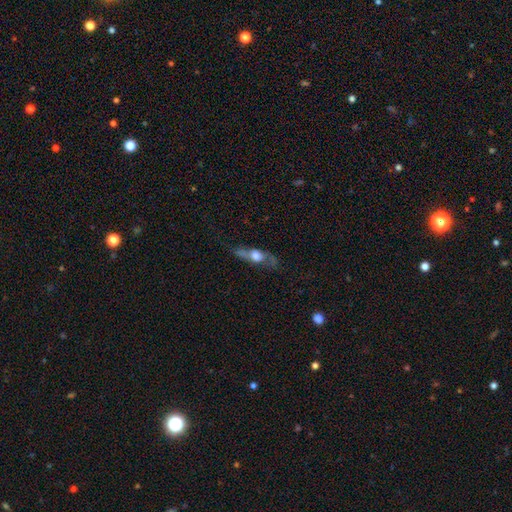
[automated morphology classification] smooth_or_featured: featured or disk (p=0.54) [alt: smooth p=0.38]
disk_edge_on: yes (p=0.72) [alt: no p=0.28]
merging: none (p=0.60) [alt: minor disturbance p=0.22]